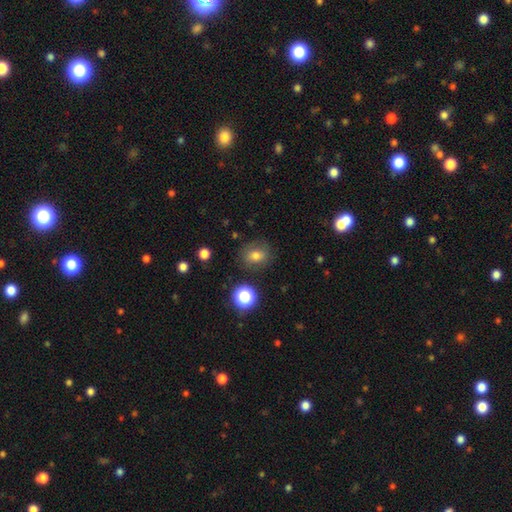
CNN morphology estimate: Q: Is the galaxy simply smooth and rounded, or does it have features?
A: smooth — 73%.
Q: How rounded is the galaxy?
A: round — 55%.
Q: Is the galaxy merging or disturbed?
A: none — 77%.